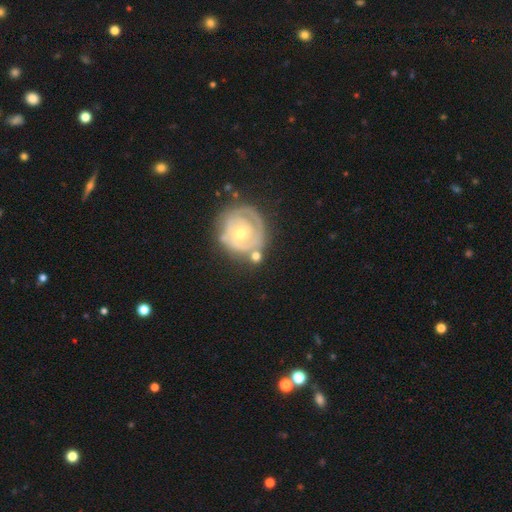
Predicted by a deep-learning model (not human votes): Morphology: type=featured or disk (60%); edge-on=no (96%); bar=no (77%); spiral arms=yes (68%); bulge=small (49%); merging=none (55%).